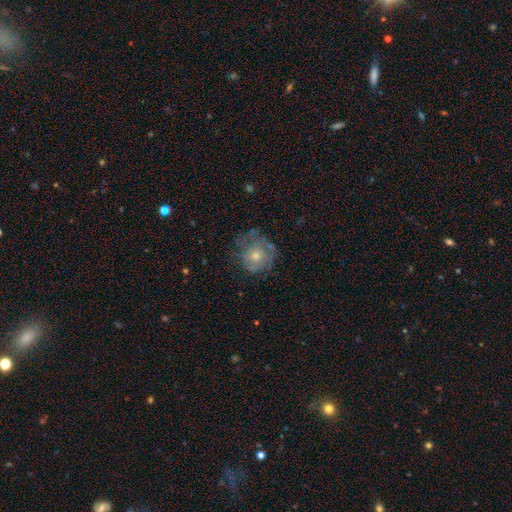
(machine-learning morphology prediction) smooth_or_featured: featured or disk (p=0.58) [alt: smooth p=0.31]
disk_edge_on: no (p=0.97) [alt: yes p=0.03]
bar: no (p=0.85) [alt: weak p=0.13]
has_spiral_arms: yes (p=0.62) [alt: no p=0.38]
bulge_size: moderate (p=0.51) [alt: small p=0.43]
merging: none (p=0.65) [alt: minor disturbance p=0.21]